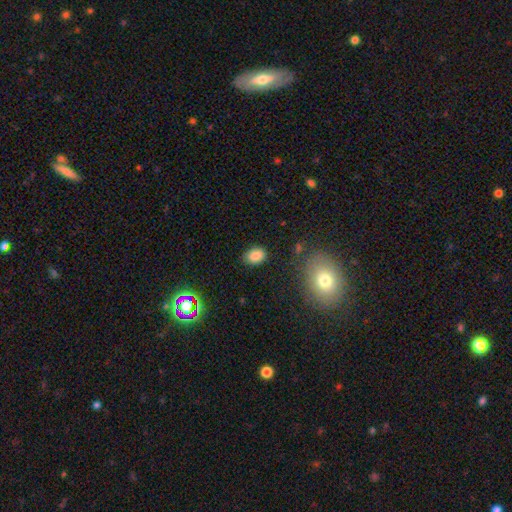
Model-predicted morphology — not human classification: A smooth galaxy with no disk features (85%) that is in between round and cigar-shaped (73%). Merging: none (82%).